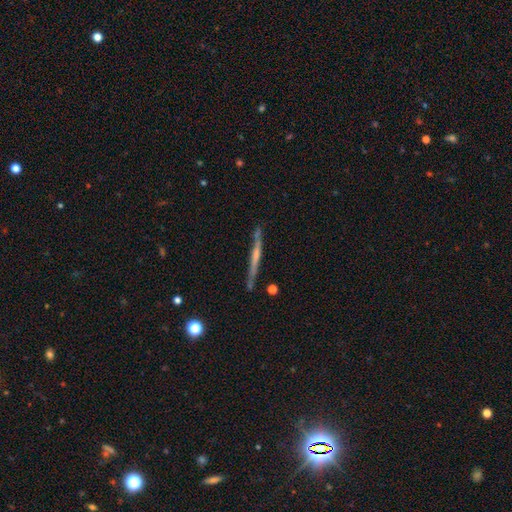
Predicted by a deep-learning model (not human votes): smooth-or-featured: featured or disk: 61% | smooth: 33% | star or artifact: 6%
  disk-edge-on: yes: 96% | no: 4%
    edge-on-bulge: none: 63% | rounded: 22% | boxy: 15%
  merging: none: 77% | minor disturbance: 15% | merger: 4% | major disturbance: 3%